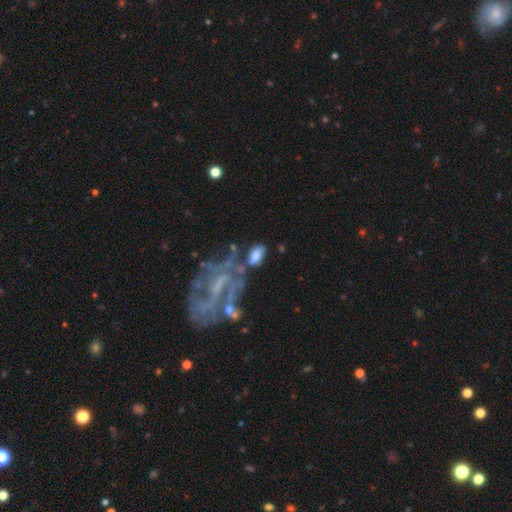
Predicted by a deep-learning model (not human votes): Q: Smooth or featured?
A: smooth (65%); runner-up: featured or disk (26%)
Q: How rounded?
A: in between (90%); runner-up: round (7%)
Q: Merging?
A: none (47%); runner-up: minor disturbance (19%)